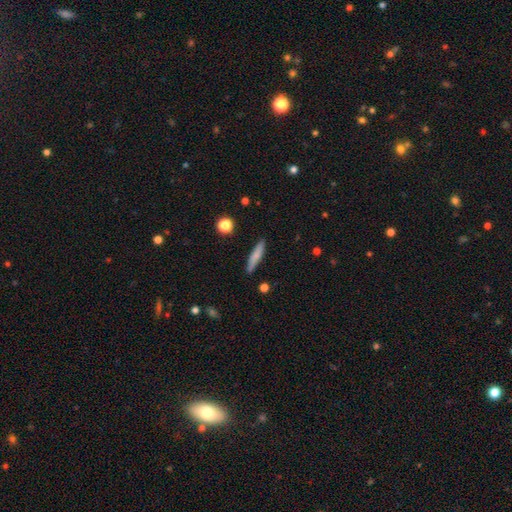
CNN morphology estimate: type=smooth (74%); roundness=cigar-shaped (87%); merging=none (87%).